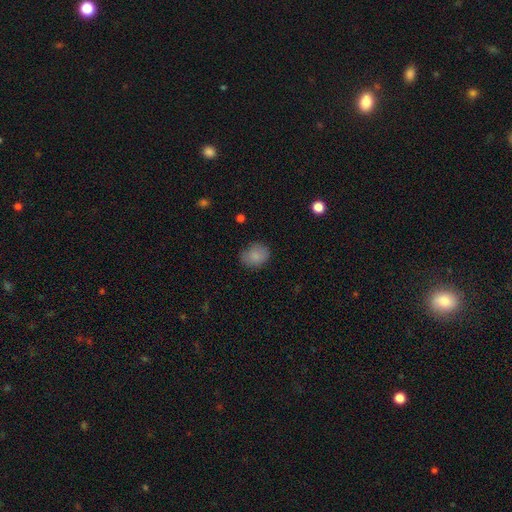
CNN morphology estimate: Smooth or featured: smooth — 85% (star or artifact — 9%)
How rounded: in between — 51% (round — 48%)
Merging: none — 73% (minor disturbance — 21%)